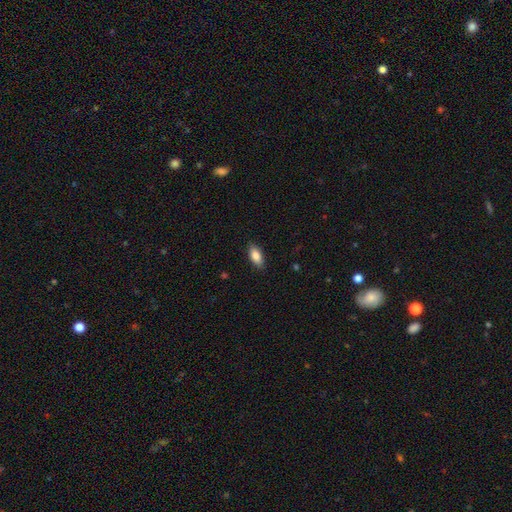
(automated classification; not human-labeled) Smooth or featured? Predicted: smooth (p=0.84). How rounded? Predicted: in between (p=0.86). Merging? Predicted: none (p=0.88).